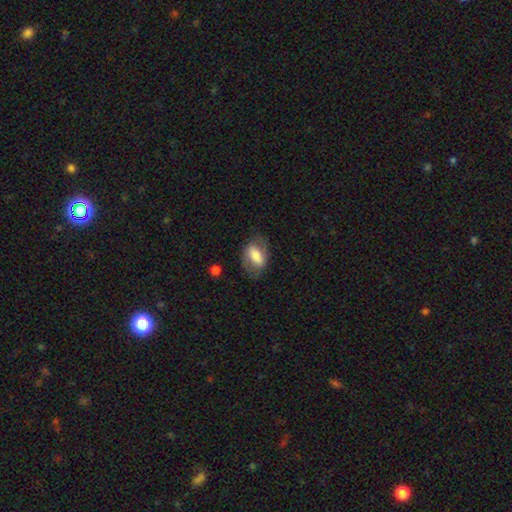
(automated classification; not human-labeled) Overall: smooth (58%; featured or disk 35%). How rounded: in between (87%). Merging: none (64%).